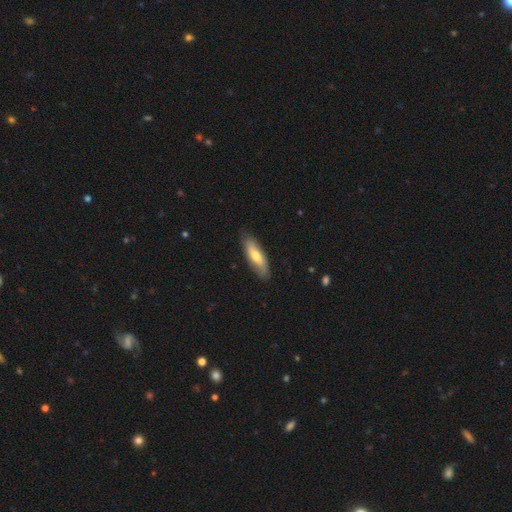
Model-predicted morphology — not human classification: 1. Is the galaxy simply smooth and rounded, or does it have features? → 63% smooth, 32% featured or disk, 5% star or artifact.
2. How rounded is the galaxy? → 50% in between, 48% cigar-shaped, 2% round.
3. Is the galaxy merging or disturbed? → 83% none, 14% minor disturbance, 2% major disturbance, 1% merger.